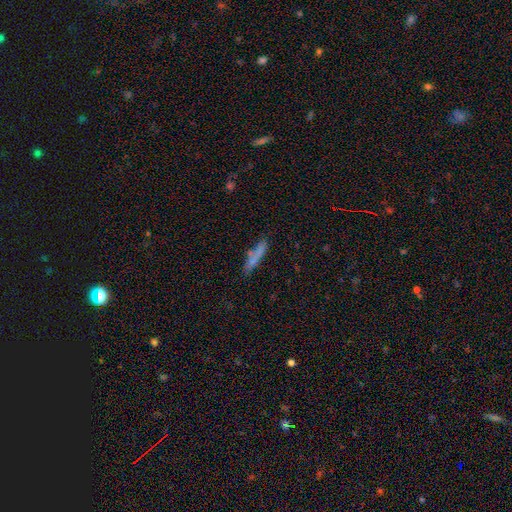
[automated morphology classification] Smooth or featured: smooth — 72% (featured or disk — 18%)
How rounded: cigar-shaped — 83% (in between — 15%)
Merging: none — 67% (minor disturbance — 18%)